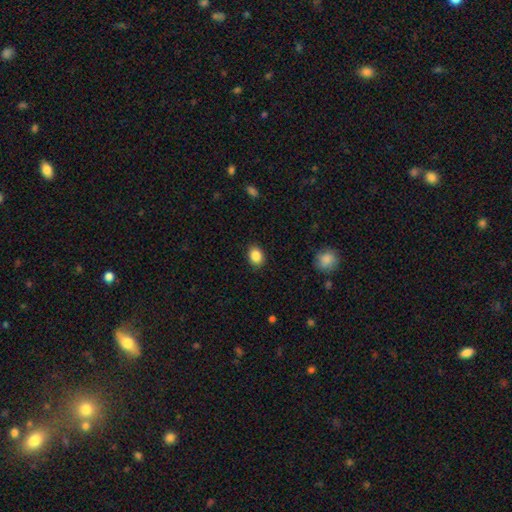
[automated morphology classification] A smooth galaxy with no disk features (87%) that is in between round and cigar-shaped (59%).

Vote fractions:
- Smooth or featured? smooth: 87% / star or artifact: 9% / featured or disk: 4%
- How rounded? in between: 59% / round: 40% / cigar-shaped: 1%
- Merging? none: 89% / minor disturbance: 8% / major disturbance: 2% / merger: 1%